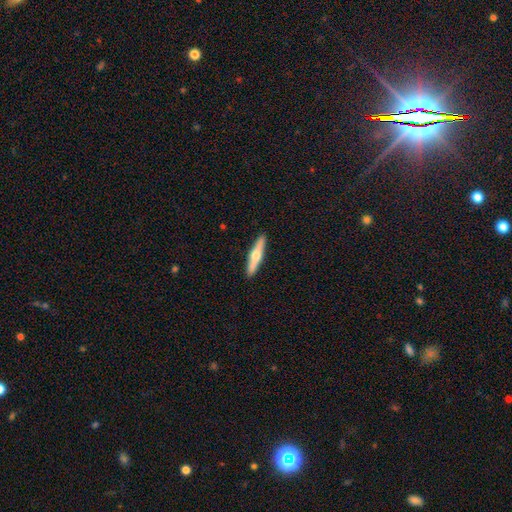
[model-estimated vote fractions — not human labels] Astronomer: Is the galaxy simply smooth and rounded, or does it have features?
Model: featured or disk — 52% (runner-up: smooth, 43%).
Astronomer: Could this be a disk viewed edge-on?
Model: yes — 95%.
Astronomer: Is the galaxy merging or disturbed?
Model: none — 91%.